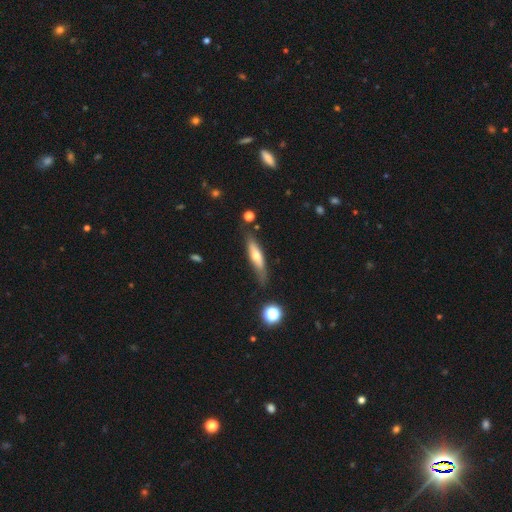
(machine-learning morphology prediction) Overall: smooth (49%; featured or disk 44%). Merging: none (71%).